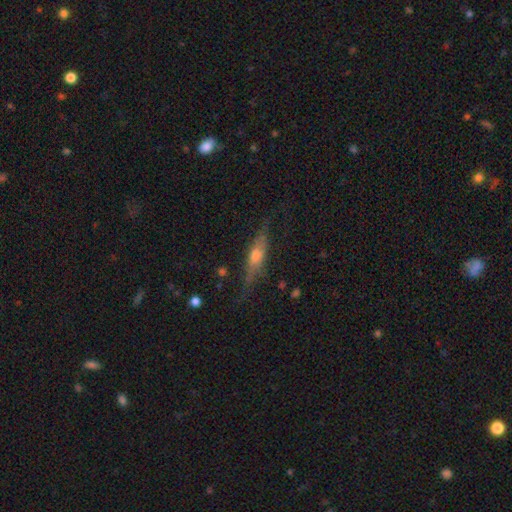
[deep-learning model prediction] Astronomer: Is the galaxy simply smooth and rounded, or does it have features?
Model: featured or disk — 58% (runner-up: smooth, 34%).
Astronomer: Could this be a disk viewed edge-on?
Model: yes — 88%.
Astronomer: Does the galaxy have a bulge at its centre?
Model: rounded — 76%.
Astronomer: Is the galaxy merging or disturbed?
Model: none — 73%.